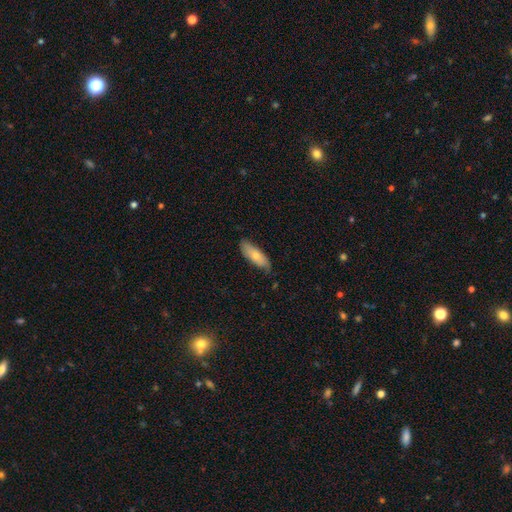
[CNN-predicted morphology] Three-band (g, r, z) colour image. It shows a smooth galaxy with no disk features (73%) that is in between round and cigar-shaped (67%). Merging: none (74%).